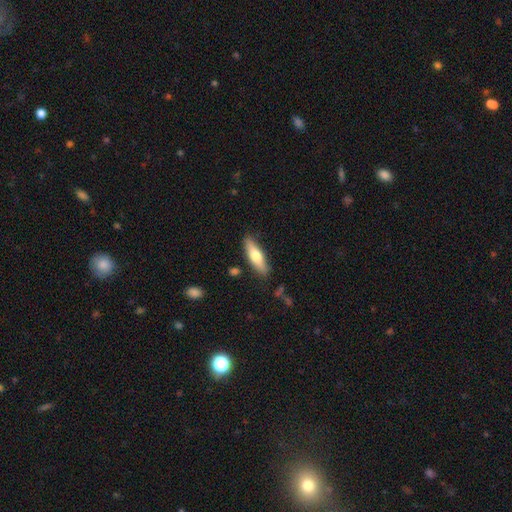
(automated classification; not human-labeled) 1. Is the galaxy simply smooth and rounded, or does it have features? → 63% smooth, 31% featured or disk, 6% star or artifact.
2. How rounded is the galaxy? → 57% cigar-shaped, 41% in between, 2% round.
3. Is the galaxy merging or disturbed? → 85% none, 11% minor disturbance, 2% major disturbance, 2% merger.